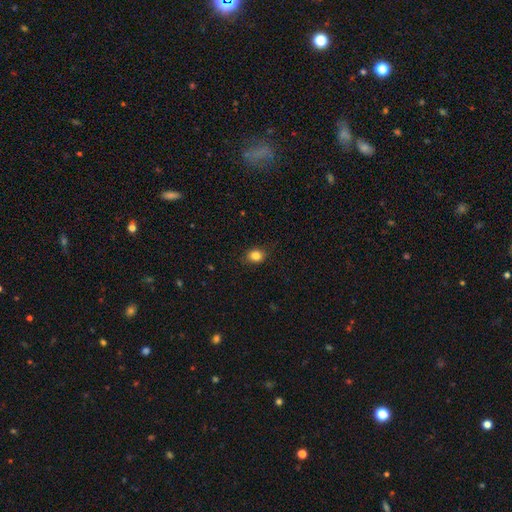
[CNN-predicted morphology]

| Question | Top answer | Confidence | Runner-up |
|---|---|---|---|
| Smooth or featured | smooth | 84% | star or artifact (11%) |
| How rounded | round | 54% | in between (45%) |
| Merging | none | 85% | minor disturbance (11%) |